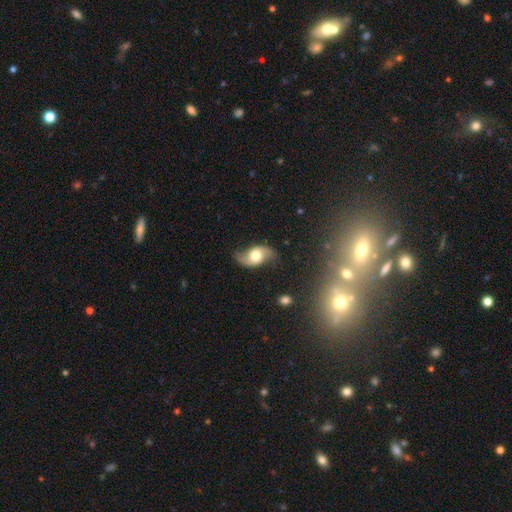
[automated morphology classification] Smooth or featured?
  - featured or disk: 70% *
  - smooth: 23%
  - star or artifact: 7%
Edge-on disk?
  - no: 94% *
  - yes: 6%
Bar?
  - no: 68% *
  - weak: 25%
  - strong: 7%
Spiral arms?
  - yes: 91% *
  - no: 9%
Spiral winding?
  - loose: 77% *
  - medium: 18%
  - tight: 5%
Spiral arm count?
  - 2: 93% *
  - can't tell: 3%
  - 1: 2%
  - 3: 1%
  - 4: 1%
  - more than 4: 1%
Bulge size?
  - moderate: 62% *
  - large: 27%
  - small: 7%
  - dominant: 3%
  - none: 1%
Merging?
  - none: 73% *
  - minor disturbance: 19%
  - major disturbance: 7%
  - merger: 2%